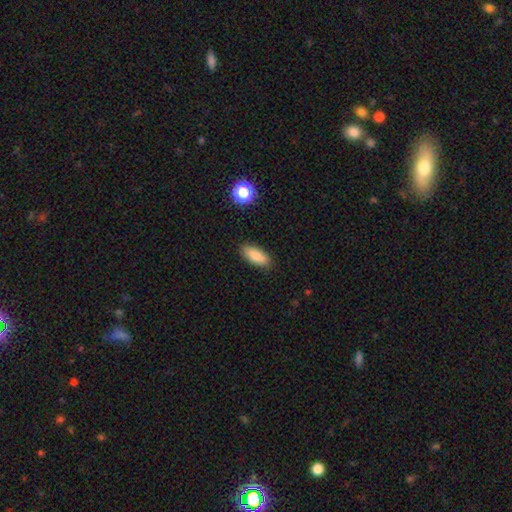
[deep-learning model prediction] A smooth galaxy with no disk features (83%) that is in between round and cigar-shaped (82%). Merging: none (87%).